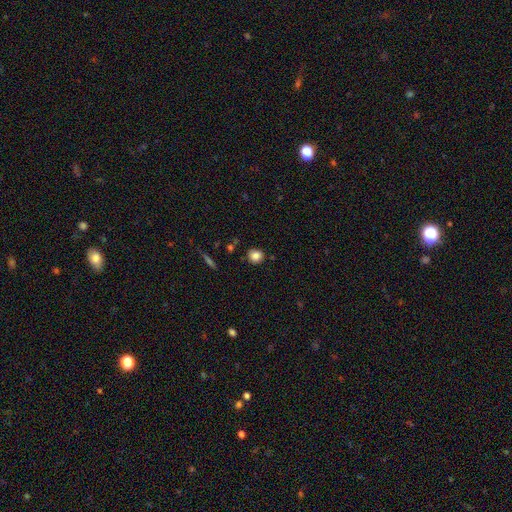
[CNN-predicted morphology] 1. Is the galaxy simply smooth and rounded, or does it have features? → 84% smooth, 10% star or artifact, 6% featured or disk.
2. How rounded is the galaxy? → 85% round, 14% in between, 1% cigar-shaped.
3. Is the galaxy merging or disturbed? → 87% none, 9% minor disturbance, 3% merger, 2% major disturbance.